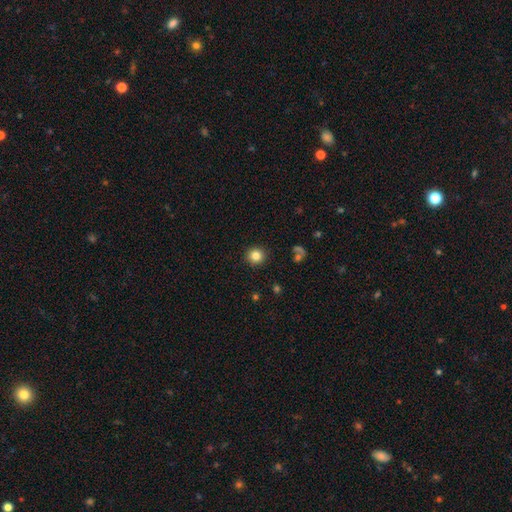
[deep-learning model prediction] Smooth or featured? smooth (83%)
How rounded? round (93%)
Merging? none (91%)